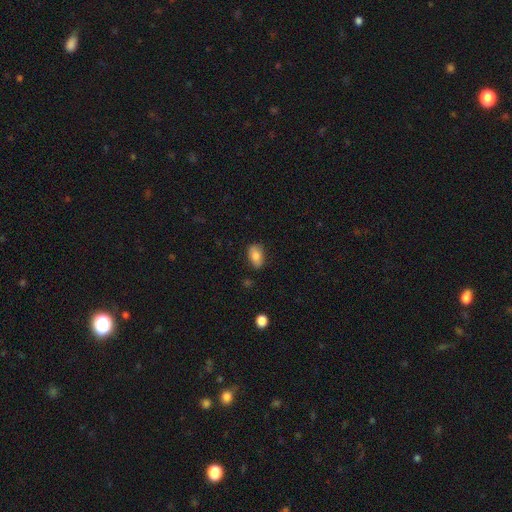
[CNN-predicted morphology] smooth-or-featured: smooth: 82% | featured or disk: 10% | star or artifact: 8%
  how-rounded: in between: 90% | round: 8% | cigar-shaped: 2%
  merging: none: 81% | minor disturbance: 15% | major disturbance: 3% | merger: 2%